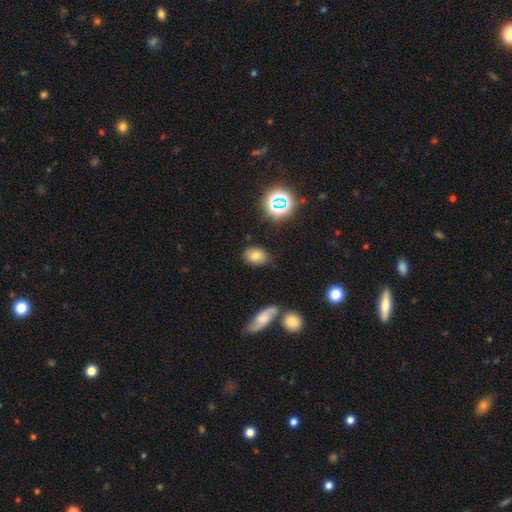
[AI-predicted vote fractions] smooth_or_featured: smooth (p=0.73) [alt: star or artifact p=0.15]
how_rounded: in between (p=0.73) [alt: round p=0.25]
merging: none (p=0.81) [alt: minor disturbance p=0.13]